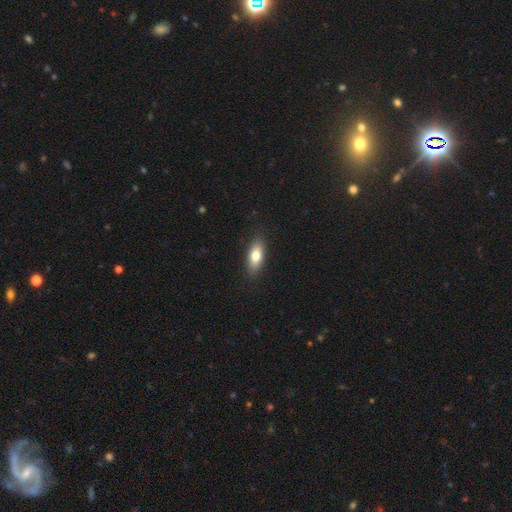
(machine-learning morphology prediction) smooth 77%, featured or disk 17%, star or artifact 7%. Down the decision tree: how rounded — in between (78%); merging — none (87%).